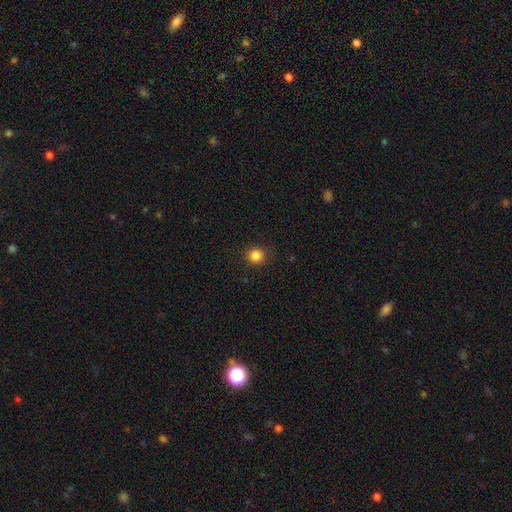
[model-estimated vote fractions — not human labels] Smooth or featured: smooth — 85% (star or artifact — 12%)
How rounded: round — 92% (in between — 7%)
Merging: none — 88% (minor disturbance — 8%)